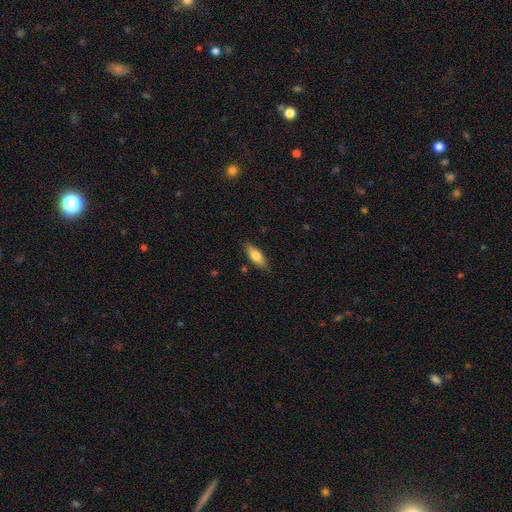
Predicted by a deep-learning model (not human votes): Morphology: type=smooth (73%); roundness=in between (68%); merging=none (84%).